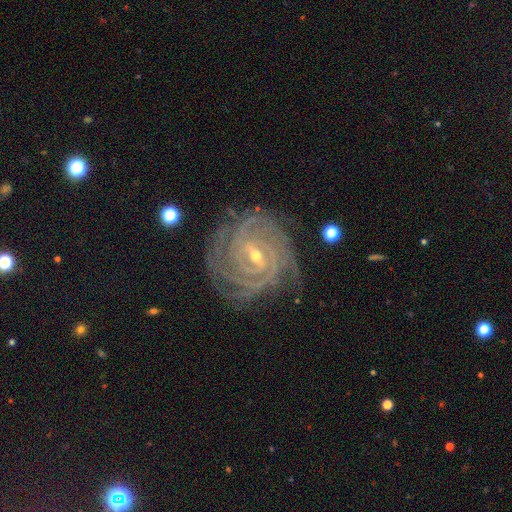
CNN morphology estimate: This is clearly a featured or disk galaxy (86%). It is clearly not viewed edge-on (97%). Bar: possibly weak (47%). Spiral arm pattern: clearly yes (98%). Spiral arm count: marginally 4 (23%, tied with can't tell). Spiral winding: clearly tight (81%). Central bulge: likely small (67%). Merging: likely none (80%).